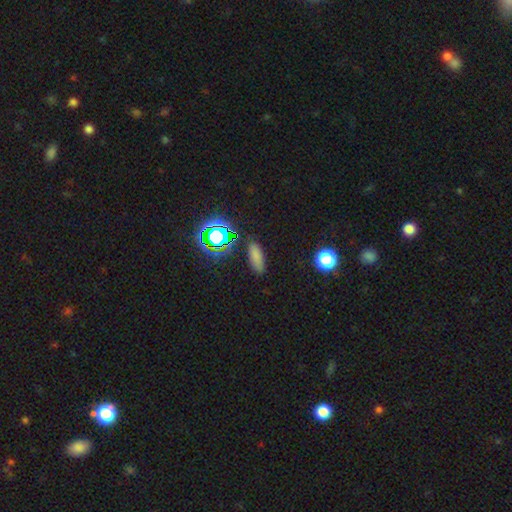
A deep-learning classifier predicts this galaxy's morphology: smooth-or-featured: smooth: 69% | star or artifact: 23% | featured or disk: 7%
  how-rounded: in between: 73% | cigar-shaped: 22% | round: 5%
  merging: none: 85% | minor disturbance: 10% | major disturbance: 3% | merger: 2%